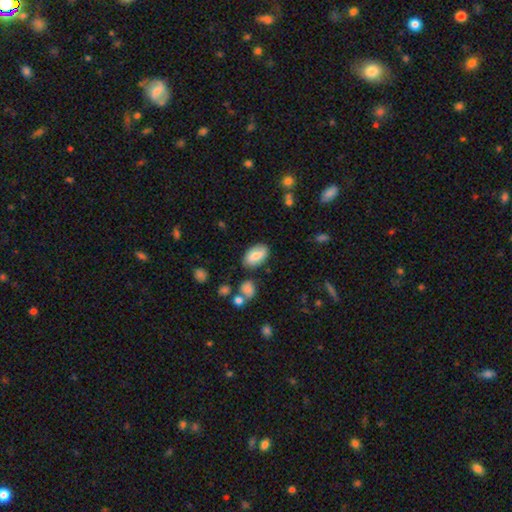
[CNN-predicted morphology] Smooth or featured? Predicted: smooth (p=0.78). How rounded? Predicted: in between (p=0.93). Merging? Predicted: none (p=0.78).